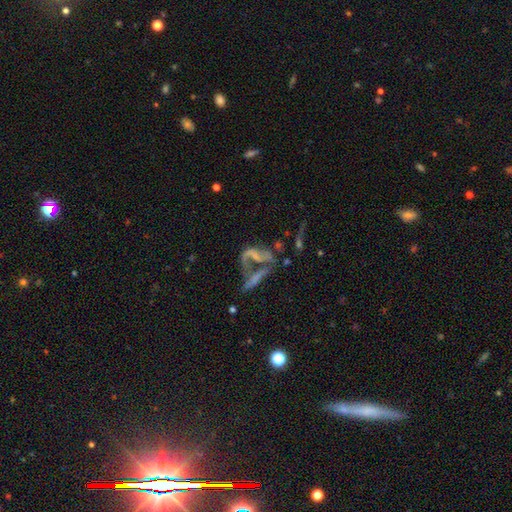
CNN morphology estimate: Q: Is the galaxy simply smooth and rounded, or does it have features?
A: featured or disk — 58%.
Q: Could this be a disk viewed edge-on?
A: no — 91%.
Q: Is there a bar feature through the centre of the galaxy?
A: no — 64%.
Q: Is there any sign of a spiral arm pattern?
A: yes — 52%.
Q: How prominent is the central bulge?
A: none — 61%.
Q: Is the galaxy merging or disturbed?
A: merger — 48%.